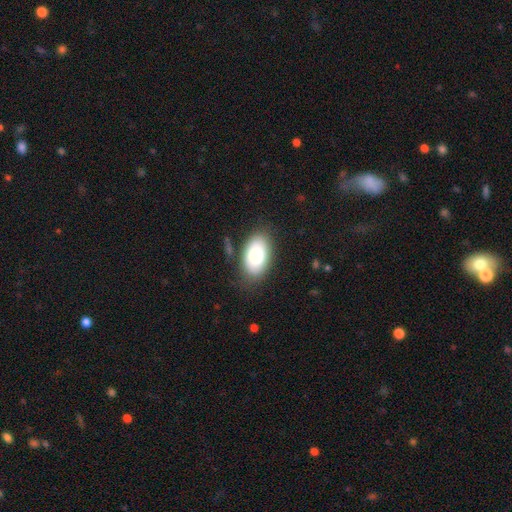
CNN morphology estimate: Smooth or featured? smooth (77%)
How rounded? in between (93%)
Merging? none (80%)